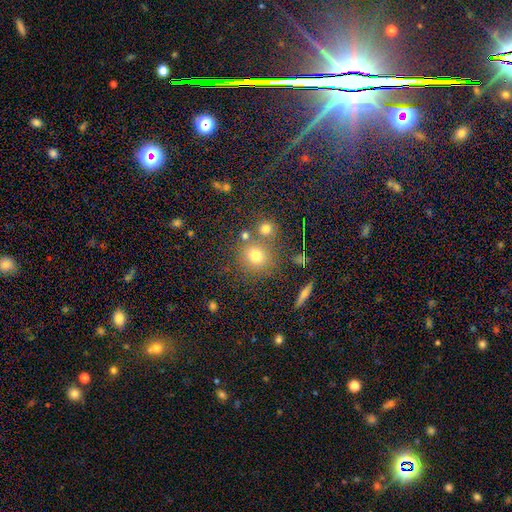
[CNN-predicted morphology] type=smooth (71%); roundness=round (82%); merging=none (66%).